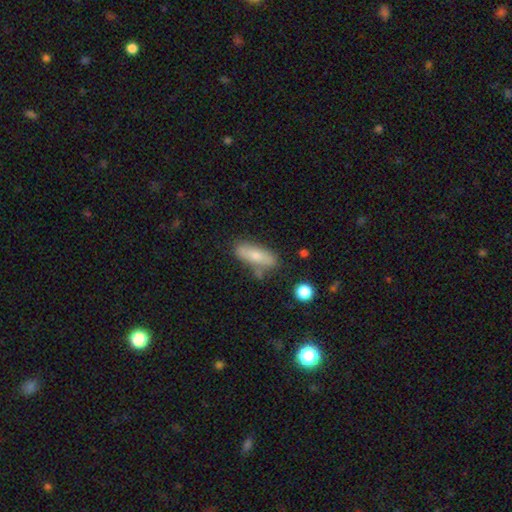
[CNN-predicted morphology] This is likely a smooth galaxy (68%). How rounded: possibly in between (56%). Merging: likely none (68%).